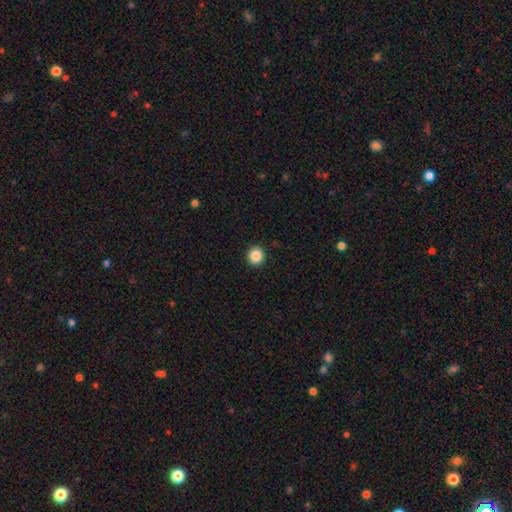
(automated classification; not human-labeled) Smooth or featured?
  - smooth: 87% *
  - star or artifact: 10%
  - featured or disk: 3%
How rounded?
  - round: 91% *
  - in between: 8%
  - cigar-shaped: 1%
Merging?
  - none: 93% *
  - minor disturbance: 4%
  - major disturbance: 2%
  - merger: 1%